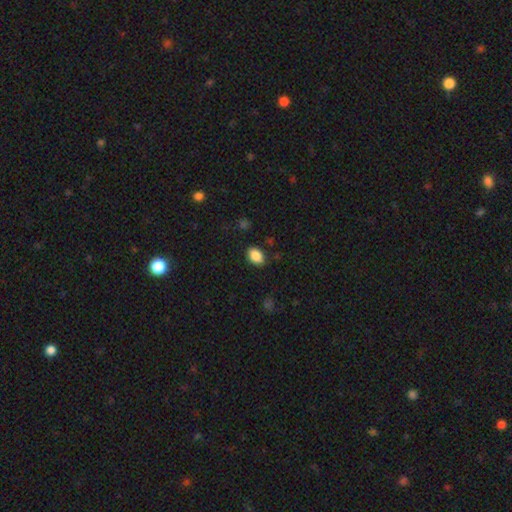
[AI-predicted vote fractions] A smooth galaxy with no disk features (88%) that is in between round and cigar-shaped (85%). Merging: none (86%).